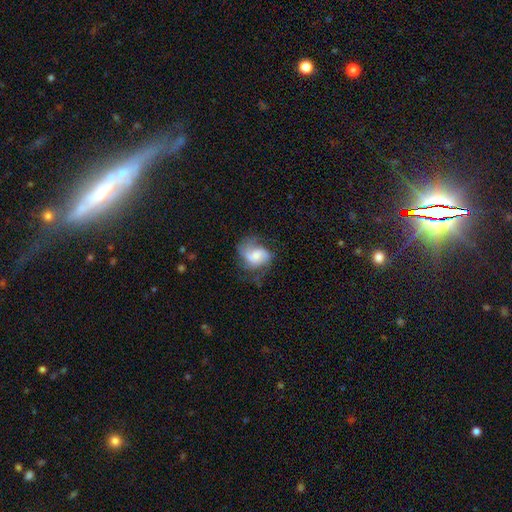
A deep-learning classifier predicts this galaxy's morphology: Smooth or featured? Predicted: featured or disk (p=0.60). Edge-on disk? Predicted: no (p=0.98). Bar? Predicted: no (p=0.60). Spiral arms? Predicted: yes (p=0.89). Spiral winding? Predicted: medium (p=0.45). Spiral arm count? Predicted: 2 (p=0.63). Bulge size? Predicted: moderate (p=0.40). Merging? Predicted: none (p=0.50).